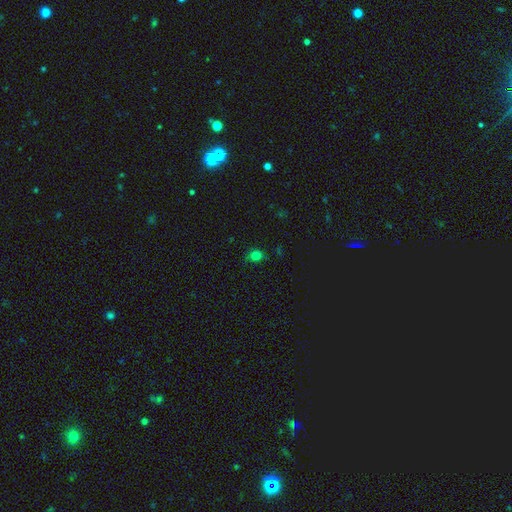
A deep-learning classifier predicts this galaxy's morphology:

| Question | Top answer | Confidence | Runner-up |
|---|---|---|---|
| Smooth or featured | smooth | 76% | star or artifact (19%) |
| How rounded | round | 71% | in between (28%) |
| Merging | none | 69% | minor disturbance (22%) |